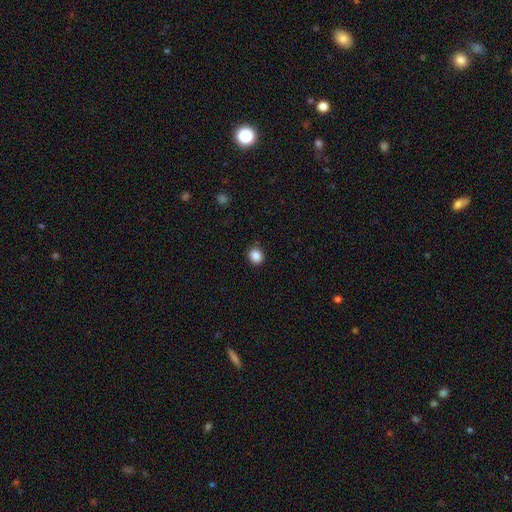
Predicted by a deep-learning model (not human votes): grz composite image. It shows a smooth galaxy with no disk features (87%) that is round (77%). Merging: none (89%).